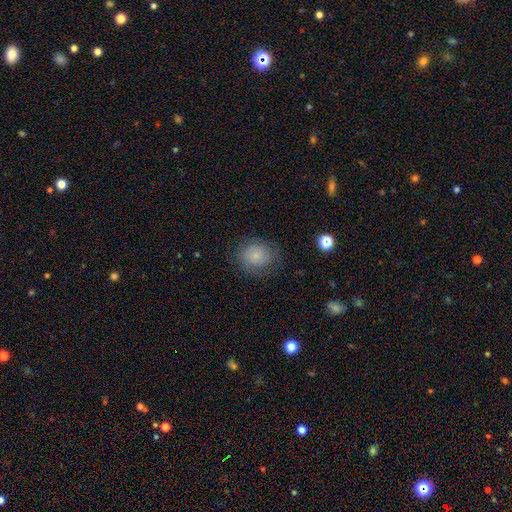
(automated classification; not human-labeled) Morphology: type=smooth (71%); roundness=round (76%); merging=none (70%).